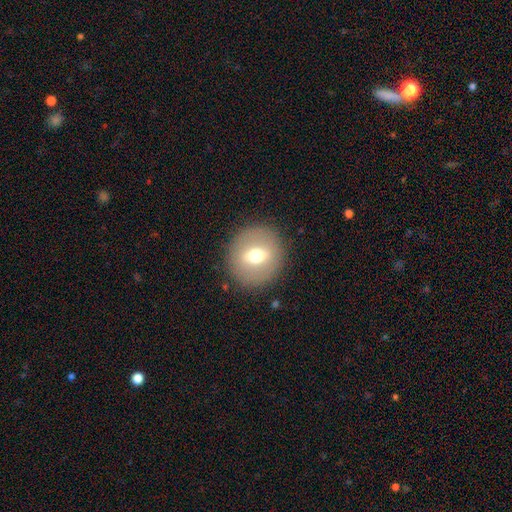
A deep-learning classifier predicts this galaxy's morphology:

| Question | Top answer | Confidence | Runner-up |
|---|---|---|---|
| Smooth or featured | smooth | 52% | featured or disk (39%) |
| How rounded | round | 88% | in between (11%) |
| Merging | none | 88% | minor disturbance (7%) |